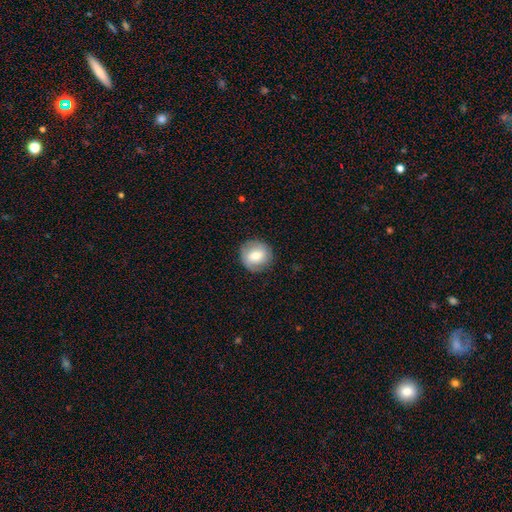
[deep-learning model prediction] smooth_or_featured: smooth (p=0.65) [alt: featured or disk p=0.27]
how_rounded: round (p=0.91) [alt: in between p=0.08]
merging: none (p=0.85) [alt: minor disturbance p=0.11]